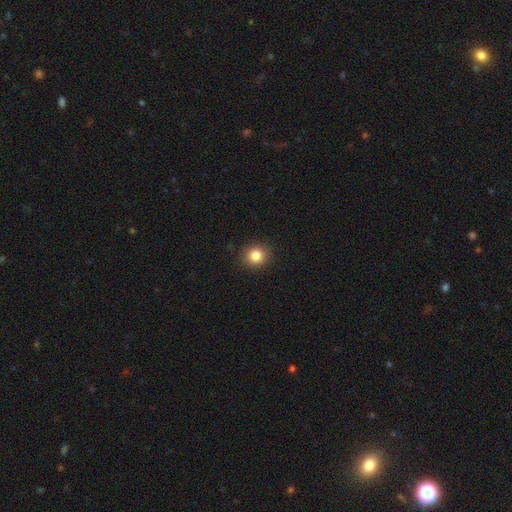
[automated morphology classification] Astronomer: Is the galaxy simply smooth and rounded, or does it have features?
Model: smooth — 84%.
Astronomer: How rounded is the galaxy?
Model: round — 88%.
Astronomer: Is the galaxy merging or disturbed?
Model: none — 91%.